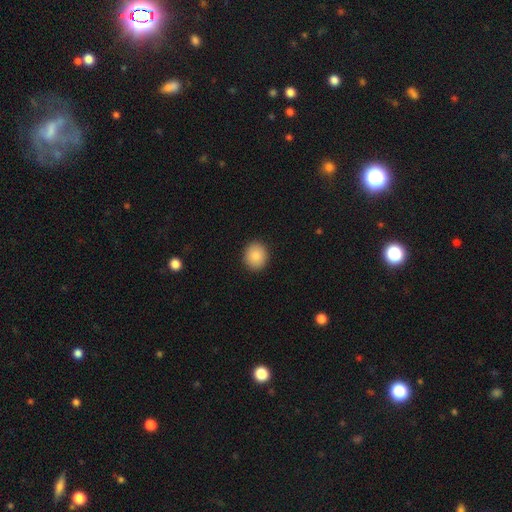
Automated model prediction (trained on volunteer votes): Smooth or featured: smooth — 85% (star or artifact — 8%)
How rounded: round — 81% (in between — 18%)
Merging: none — 92% (minor disturbance — 6%)